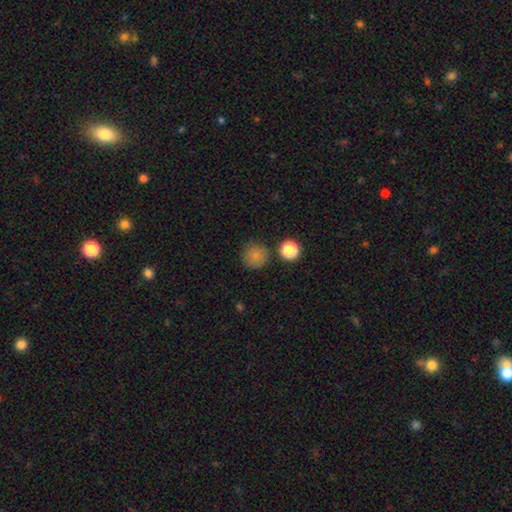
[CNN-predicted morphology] type=smooth (80%); roundness=round (94%); merging=none (84%).